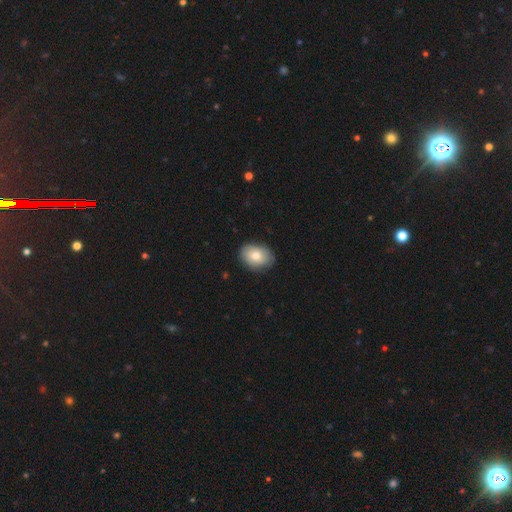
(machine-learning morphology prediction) Smooth or featured? Predicted: smooth (p=0.76). How rounded? Predicted: in between (p=0.77). Merging? Predicted: none (p=0.83).